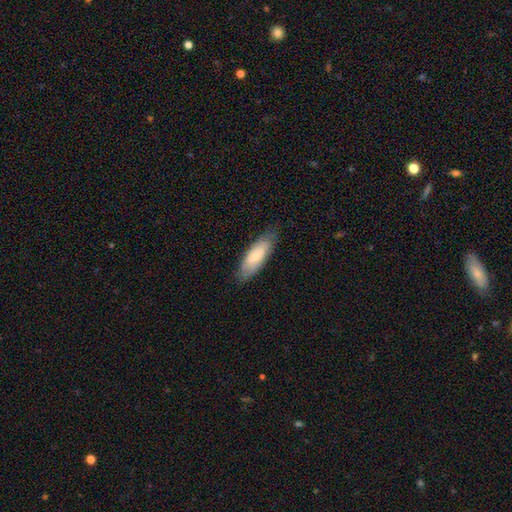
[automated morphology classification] This appears to be a smooth galaxy with no disk features (68%) that is in between round and cigar-shaped (59%). Merging: none (78%).